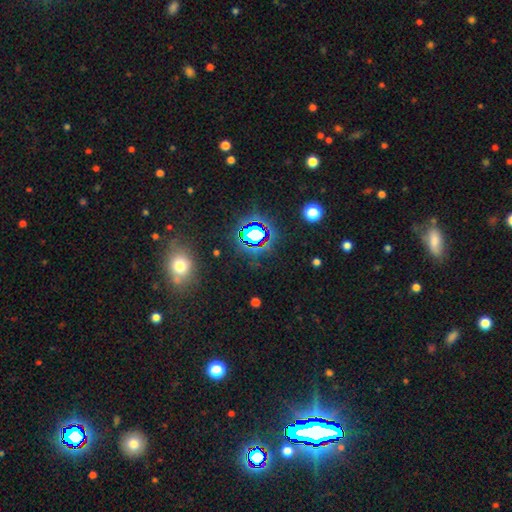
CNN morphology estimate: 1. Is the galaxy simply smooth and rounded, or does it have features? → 68% star or artifact, 22% smooth, 10% featured or disk.